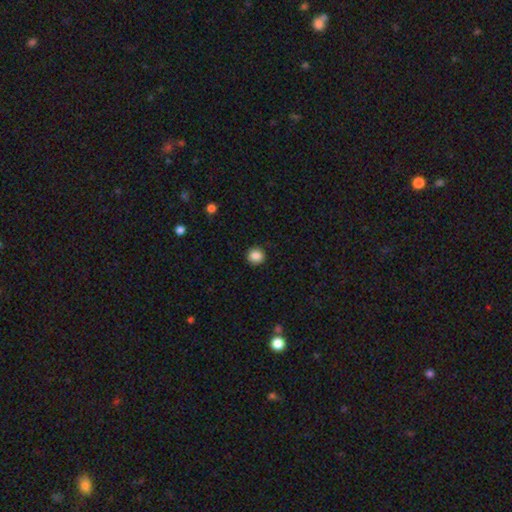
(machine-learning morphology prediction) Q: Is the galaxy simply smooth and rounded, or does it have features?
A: smooth — 87%.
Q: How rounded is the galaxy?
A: round — 90%.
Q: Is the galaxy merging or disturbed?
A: none — 90%.